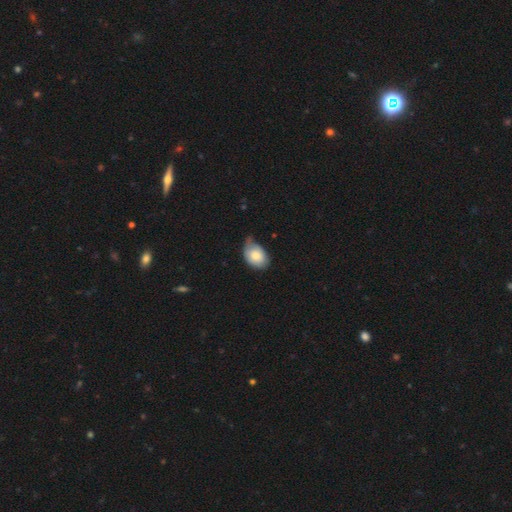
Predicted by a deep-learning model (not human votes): smooth-or-featured: smooth: 77% | featured or disk: 17% | star or artifact: 7%
  how-rounded: in between: 77% | round: 22% | cigar-shaped: 1%
  merging: minor disturbance: 46% | none: 37% | major disturbance: 14% | merger: 3%